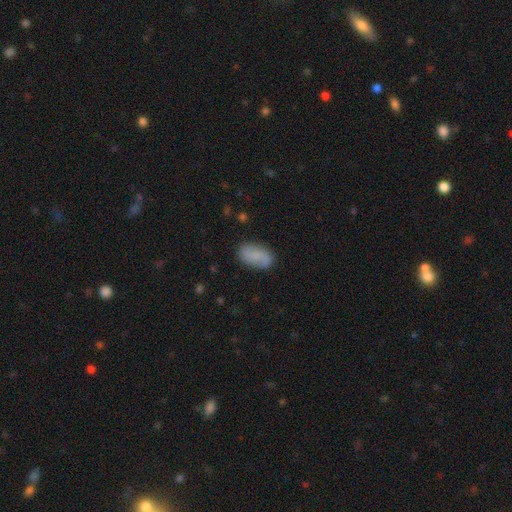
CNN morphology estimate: Smooth or featured? smooth (73%)
How rounded? in between (93%)
Merging? none (81%)